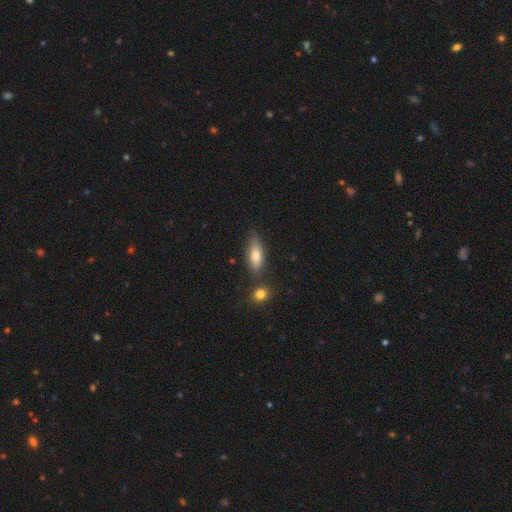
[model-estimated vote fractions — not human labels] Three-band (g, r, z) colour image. It shows a smooth galaxy with no disk features (71%) that is in between round and cigar-shaped (65%). Merging: none (69%).